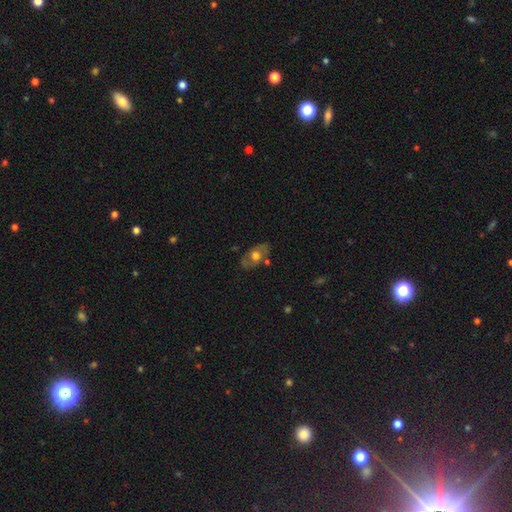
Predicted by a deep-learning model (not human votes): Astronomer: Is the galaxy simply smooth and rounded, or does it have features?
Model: featured or disk — 48% (runner-up: smooth, 45%).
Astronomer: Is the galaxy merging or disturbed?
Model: none — 75%.